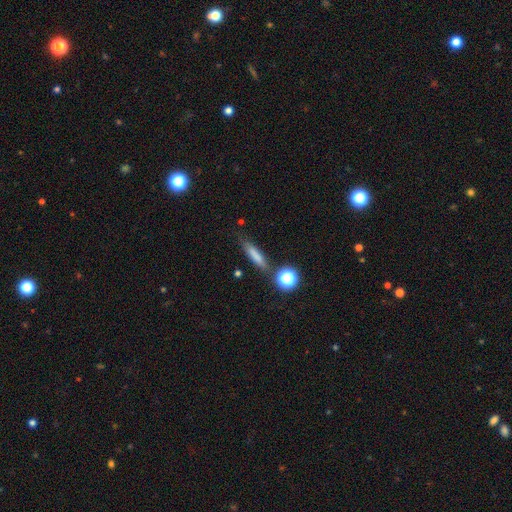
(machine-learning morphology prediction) smooth_or_featured: smooth (p=0.74) [alt: featured or disk p=0.15]
how_rounded: cigar-shaped (p=0.78) [alt: in between p=0.17]
merging: none (p=0.75) [alt: minor disturbance p=0.14]